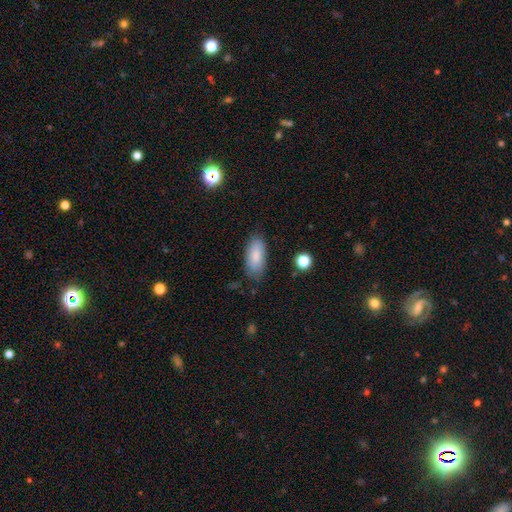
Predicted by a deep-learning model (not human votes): smooth 84%, featured or disk 10%, star or artifact 7%. Down the decision tree: how rounded — in between (88%); merging — none (76%).